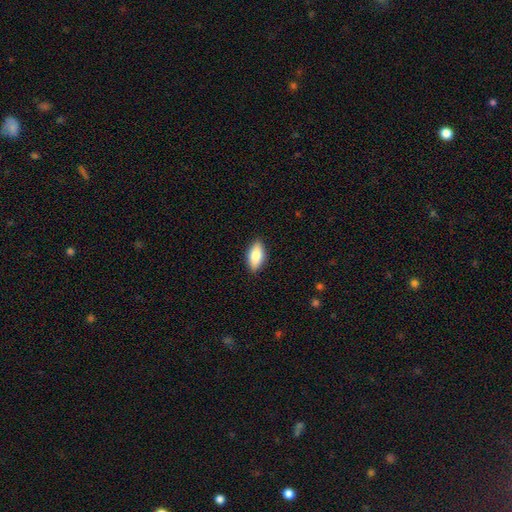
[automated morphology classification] Smooth or featured: smooth — 78% (featured or disk — 16%)
How rounded: in between — 86% (cigar-shaped — 11%)
Merging: none — 87% (minor disturbance — 10%)